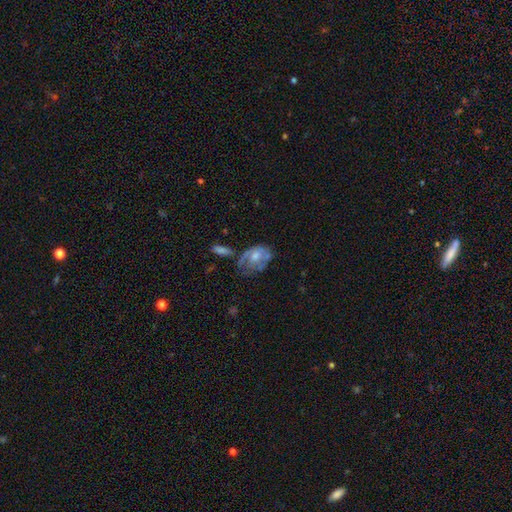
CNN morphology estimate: Smooth or featured? featured or disk (61%)
Edge-on disk? no (95%)
Bar? no (72%)
Spiral arms? yes (59%)
Bulge size? moderate (58%)
Merging? none (43%)